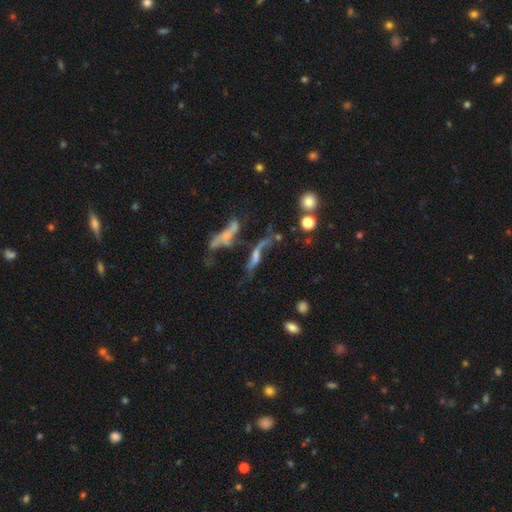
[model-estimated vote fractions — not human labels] Smooth or featured? featured or disk (54%)
Edge-on disk? no (66%)
Merging? merger (37%)